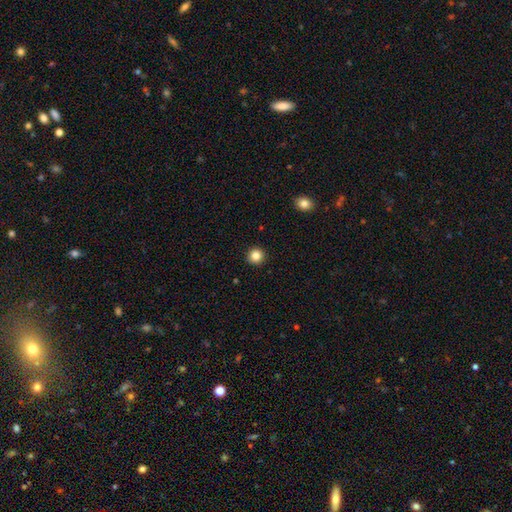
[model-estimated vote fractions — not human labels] This is clearly a smooth galaxy (84%). How rounded: clearly round (94%). Merging: clearly none (93%).